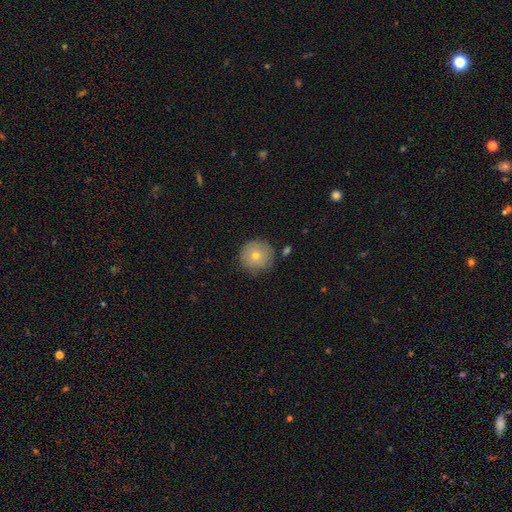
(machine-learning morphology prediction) smooth-or-featured: smooth: 71% | featured or disk: 18% | star or artifact: 11%
  how-rounded: round: 95% | in between: 4% | cigar-shaped: 1%
  merging: none: 86% | minor disturbance: 9% | major disturbance: 2% | merger: 2%